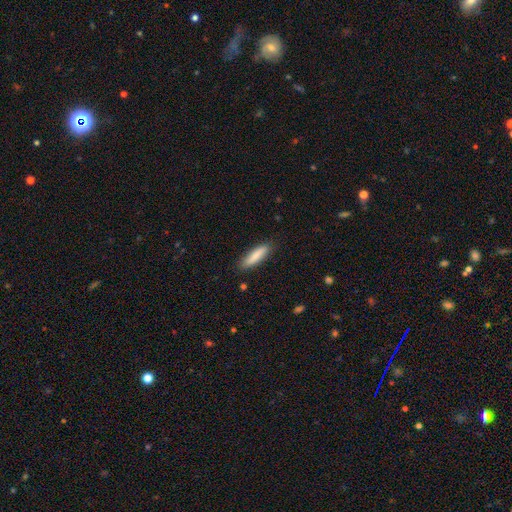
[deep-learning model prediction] smooth 83%, featured or disk 11%, star or artifact 6%. Down the decision tree: how rounded — cigar-shaped (73%); merging — none (85%).